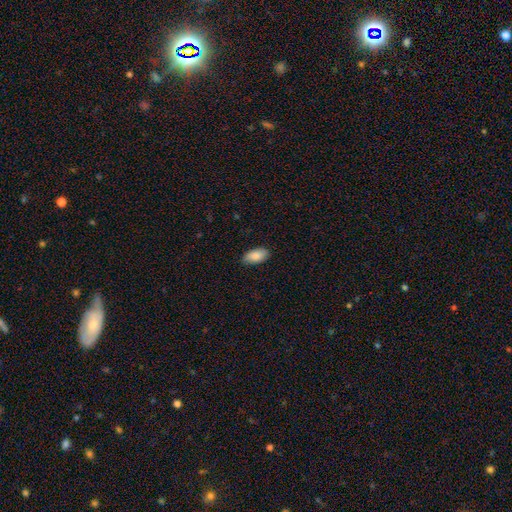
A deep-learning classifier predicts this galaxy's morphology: smooth_or_featured: smooth (p=0.87) [alt: featured or disk p=0.07]
how_rounded: in between (p=0.94) [alt: cigar-shaped p=0.04]
merging: none (p=0.84) [alt: minor disturbance p=0.12]